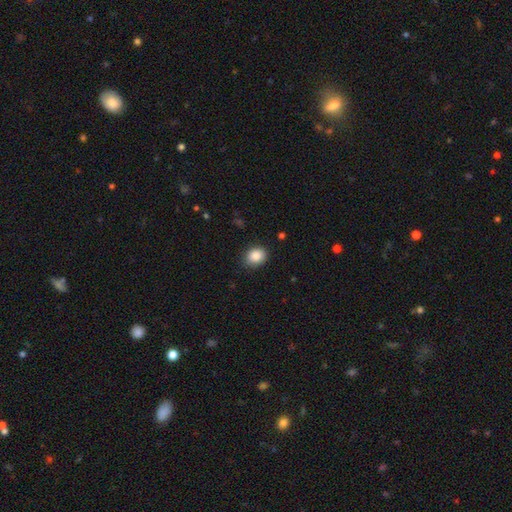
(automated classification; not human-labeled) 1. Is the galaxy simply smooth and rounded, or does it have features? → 87% smooth, 9% star or artifact, 4% featured or disk.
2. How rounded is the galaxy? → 51% round, 48% in between, 1% cigar-shaped.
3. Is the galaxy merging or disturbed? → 82% none, 14% minor disturbance, 3% major disturbance, 1% merger.